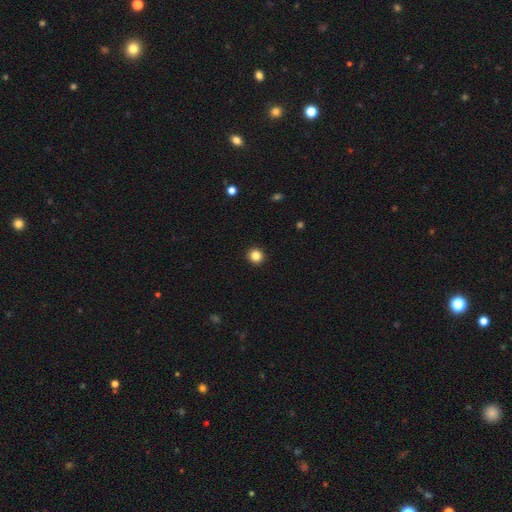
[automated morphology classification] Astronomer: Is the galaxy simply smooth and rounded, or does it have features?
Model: smooth — 84%.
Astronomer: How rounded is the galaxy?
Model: round — 94%.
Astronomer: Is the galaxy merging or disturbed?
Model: none — 94%.